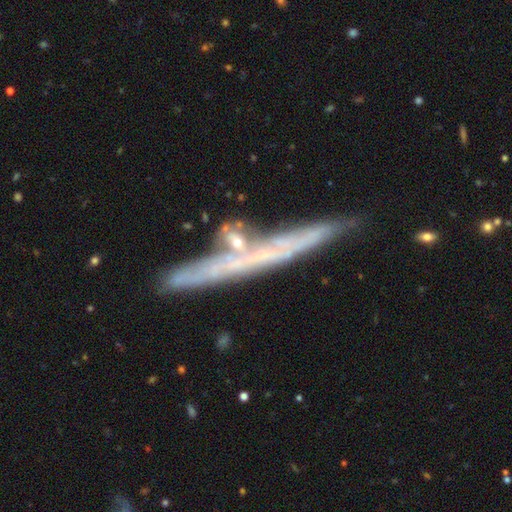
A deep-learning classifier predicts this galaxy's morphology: A featured or disk galaxy (64%) viewed edge-on (89%) with no central bulge (82%).

Vote fractions:
- Smooth or featured? featured or disk: 64% / smooth: 26% / star or artifact: 10%
- Edge-on disk? yes: 89% / no: 11%
- Edge-on bulge? none: 82% / rounded: 14% / boxy: 4%
- Merging? none: 74% / minor disturbance: 13% / merger: 9% / major disturbance: 4%